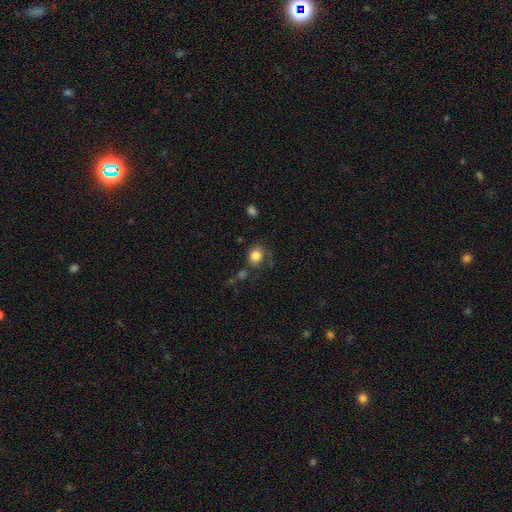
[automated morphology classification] smooth_or_featured: smooth (p=0.81) [alt: star or artifact p=0.10]
how_rounded: round (p=0.65) [alt: in between p=0.34]
merging: none (p=0.60) [alt: minor disturbance p=0.21]